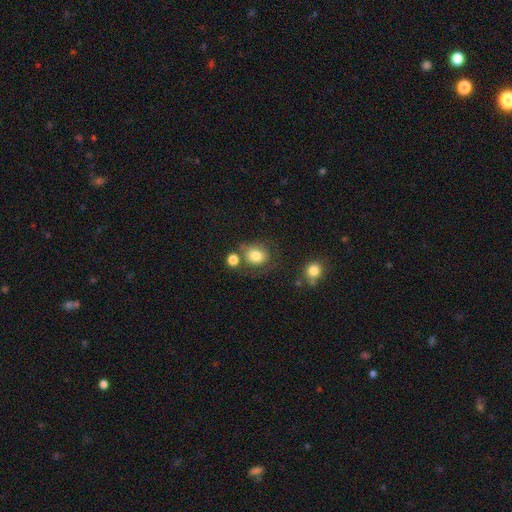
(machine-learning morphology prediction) Smooth or featured?
  - smooth: 79% *
  - featured or disk: 11%
  - star or artifact: 10%
How rounded?
  - round: 64% *
  - in between: 35%
  - cigar-shaped: 1%
Merging?
  - none: 57% *
  - minor disturbance: 19%
  - merger: 15%
  - major disturbance: 9%